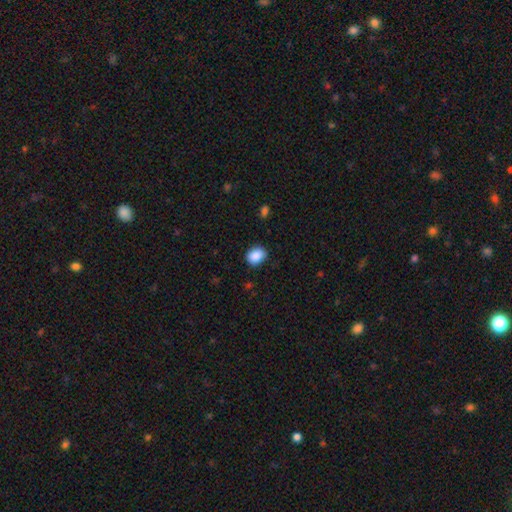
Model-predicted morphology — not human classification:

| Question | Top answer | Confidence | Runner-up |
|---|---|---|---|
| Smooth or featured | smooth | 89% | star or artifact (8%) |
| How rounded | in between | 56% | round (43%) |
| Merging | none | 85% | minor disturbance (11%) |